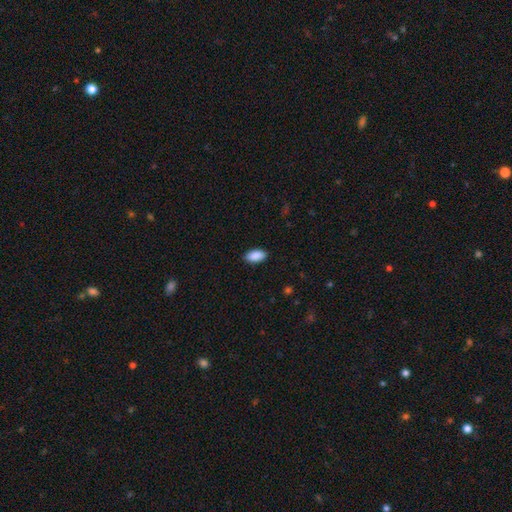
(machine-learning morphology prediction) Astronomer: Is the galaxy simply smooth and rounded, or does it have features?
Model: smooth — 90%.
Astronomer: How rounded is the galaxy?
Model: in between — 94%.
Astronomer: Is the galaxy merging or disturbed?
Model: none — 88%.